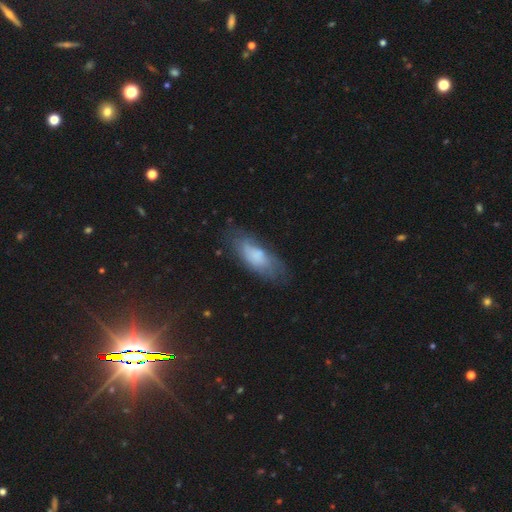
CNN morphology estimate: smooth-or-featured: smooth: 62% | featured or disk: 30% | star or artifact: 8%
  how-rounded: in between: 75% | cigar-shaped: 23% | round: 2%
  merging: none: 59% | minor disturbance: 26% | major disturbance: 12% | merger: 3%